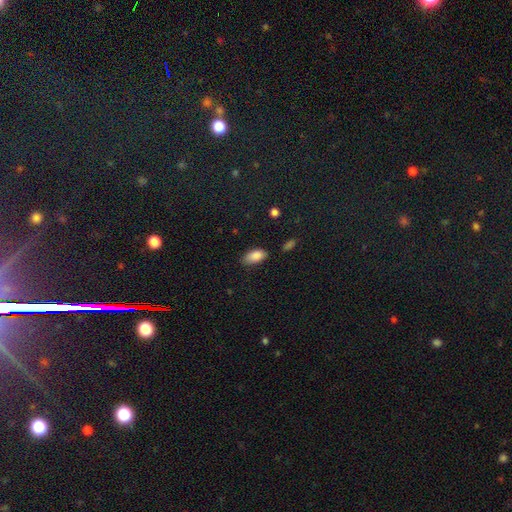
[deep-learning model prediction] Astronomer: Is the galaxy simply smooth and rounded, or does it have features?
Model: smooth — 88%.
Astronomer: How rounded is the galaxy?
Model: in between — 92%.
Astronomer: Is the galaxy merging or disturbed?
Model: none — 75%.